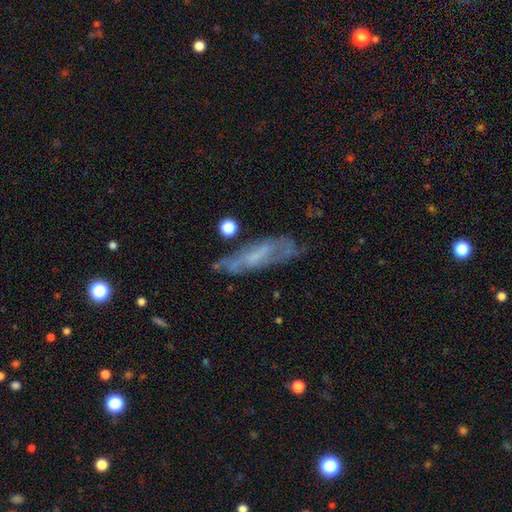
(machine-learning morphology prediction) smooth-or-featured: featured or disk: 57% | smooth: 33% | star or artifact: 9%
  disk-edge-on: no: 67% | yes: 33%
  merging: none: 60% | minor disturbance: 24% | major disturbance: 12% | merger: 4%